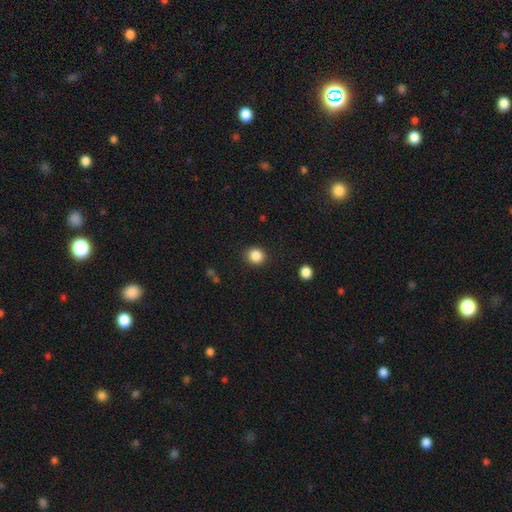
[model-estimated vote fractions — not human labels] Smooth or featured? smooth (86%)
How rounded? round (82%)
Merging? none (88%)